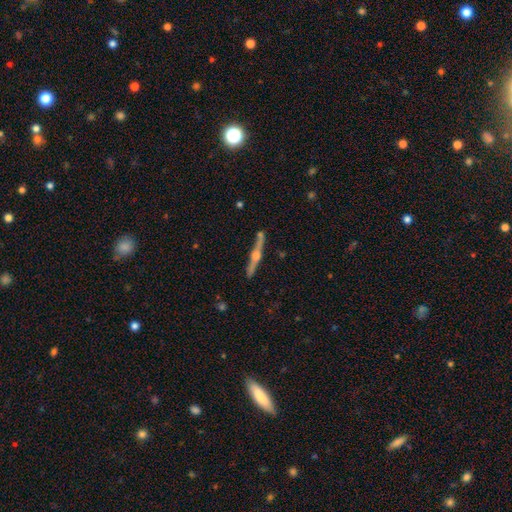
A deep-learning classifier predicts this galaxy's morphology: Overall: featured or disk (82%). Edge-on disk: yes (98%). Edge-on bulge: rounded (91%). Merging: none (87%).